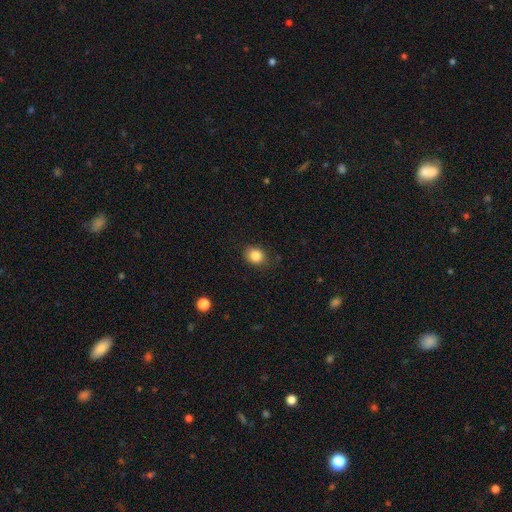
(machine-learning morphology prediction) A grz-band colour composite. It shows a smooth galaxy with no disk features (85%) that is round (60%). Merging: none (80%).